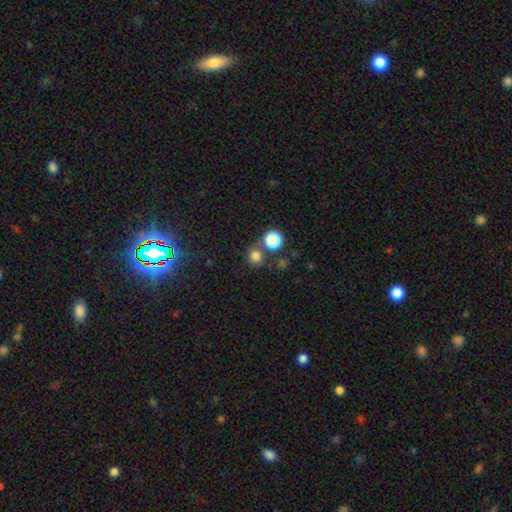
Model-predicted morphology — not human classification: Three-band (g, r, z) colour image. It shows a smooth galaxy with no disk features (77%) that is round (90%). Merging: none (73%).